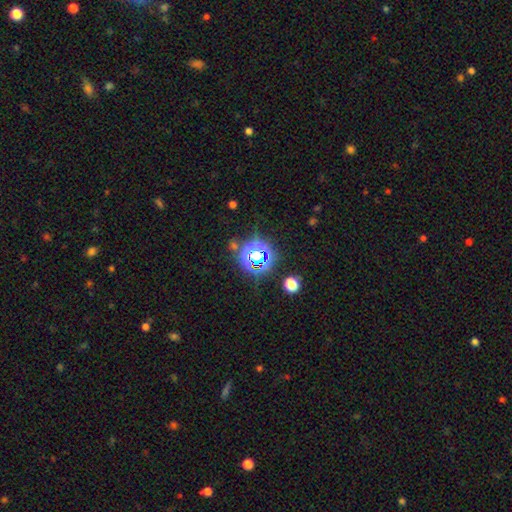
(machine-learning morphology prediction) Q: Smooth or featured?
A: star or artifact (67%); runner-up: smooth (23%)